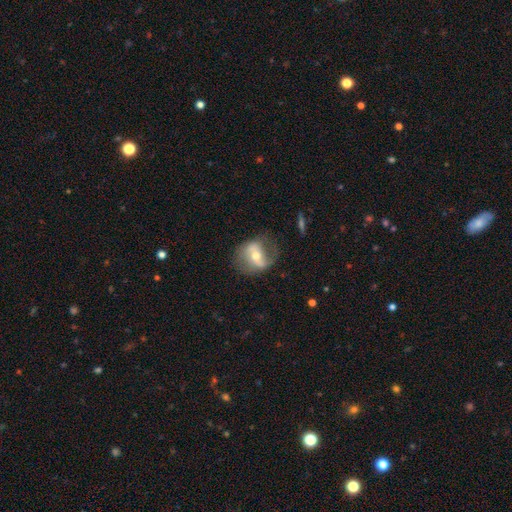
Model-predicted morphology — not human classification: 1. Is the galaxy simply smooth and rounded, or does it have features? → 70% featured or disk, 23% smooth, 7% star or artifact.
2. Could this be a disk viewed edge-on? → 94% no, 6% yes.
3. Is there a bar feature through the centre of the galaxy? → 42% strong, 34% weak, 24% no.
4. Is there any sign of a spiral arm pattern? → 79% yes, 21% no.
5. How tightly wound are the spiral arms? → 56% loose, 32% medium, 12% tight.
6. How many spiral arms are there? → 78% 2, 11% 1, 8% can't tell, 1% 3, 1% 4, 1% more than 4.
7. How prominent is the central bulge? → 59% moderate, 35% small, 4% large, 1% none, 1% dominant.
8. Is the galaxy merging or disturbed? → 62% none, 22% minor disturbance, 14% major disturbance, 2% merger.